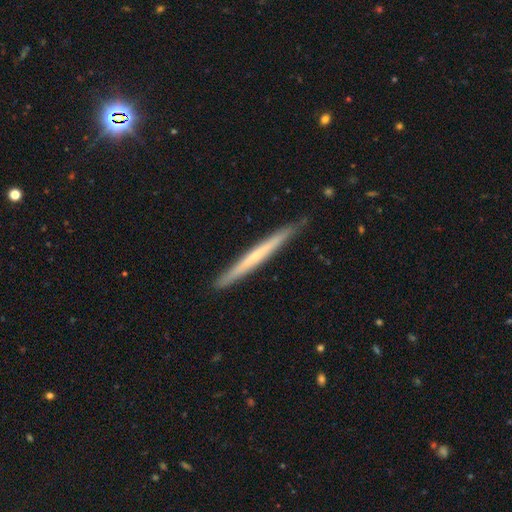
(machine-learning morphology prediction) type=featured or disk (57%); edge-on=yes (97%); edge-on bulge=none (65%); merging=none (88%).